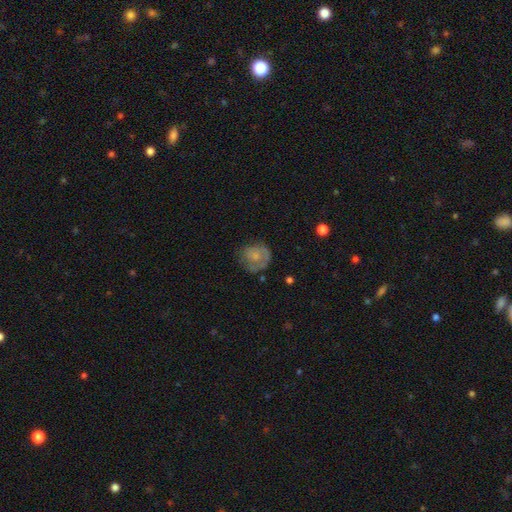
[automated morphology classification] A smooth galaxy with no disk features (53%) that is round (81%). Merging: none (57%).